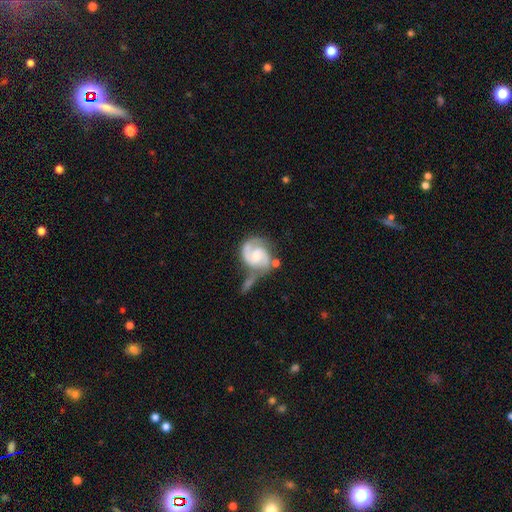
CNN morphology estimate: This is clearly a featured or disk galaxy (85%). It is clearly not viewed edge-on (98%). Bar: possibly no (48%). Spiral arm pattern: clearly yes (97%). Spiral arm count: clearly 2 (87%). Spiral winding: possibly medium (51%). Central bulge: possibly moderate (46%). Merging: marginally none (37%).